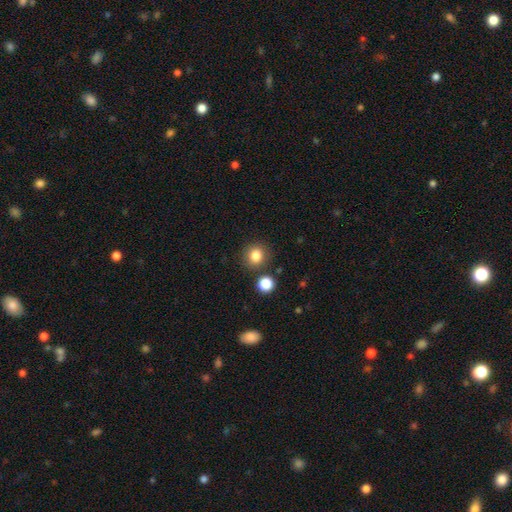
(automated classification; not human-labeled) A smooth galaxy with no disk features (83%) that is round (86%). Merging: none (84%).